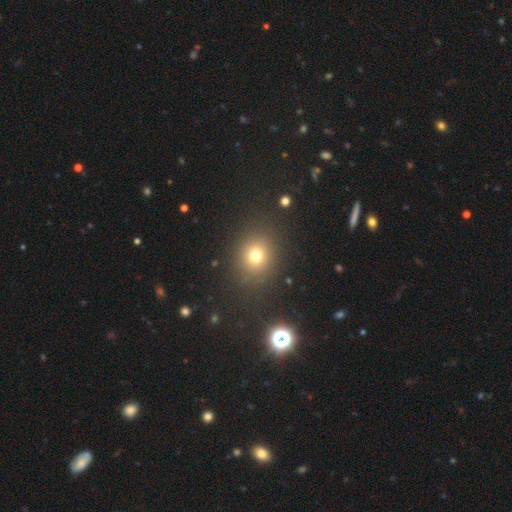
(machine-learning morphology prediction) A smooth galaxy with no disk features (74%) that is round (71%). Merging: none (85%).